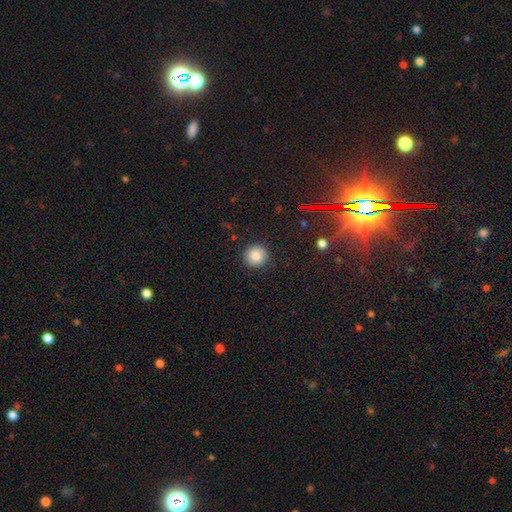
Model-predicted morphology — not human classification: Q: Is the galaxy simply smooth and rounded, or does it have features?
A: smooth — 85%.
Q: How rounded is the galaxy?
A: round — 94%.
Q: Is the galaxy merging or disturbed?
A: none — 89%.